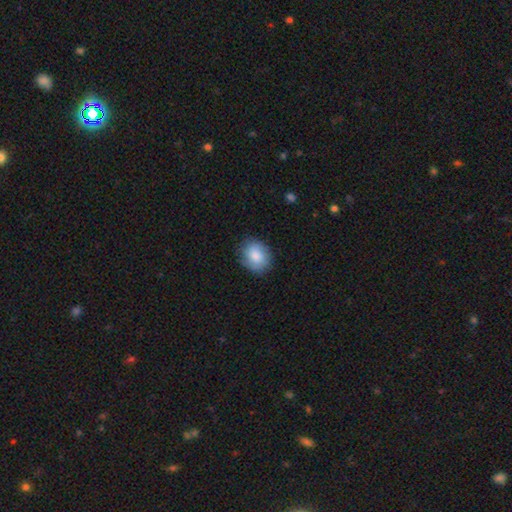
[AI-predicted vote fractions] Smooth or featured? smooth (84%)
How rounded? in between (52%)
Merging? none (80%)